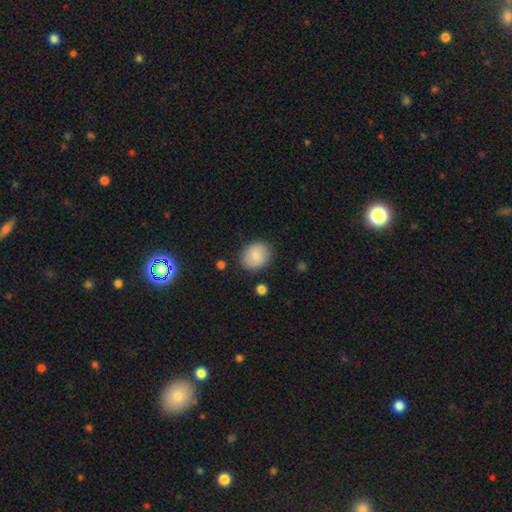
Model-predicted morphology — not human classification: type=smooth (80%); roundness=round (53%); merging=none (84%).